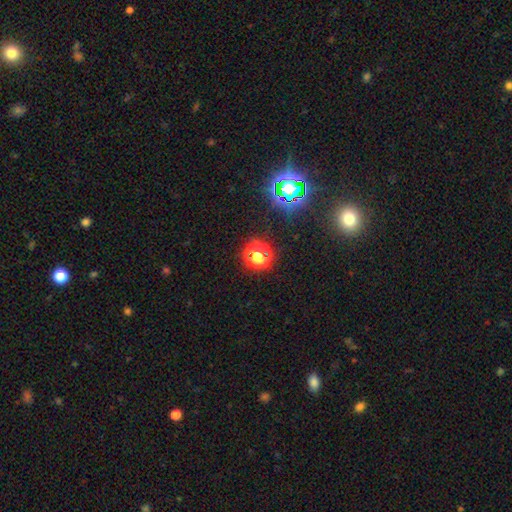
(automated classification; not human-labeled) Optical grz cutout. It shows a smooth galaxy with no disk features (47%). Merging: none (81%).